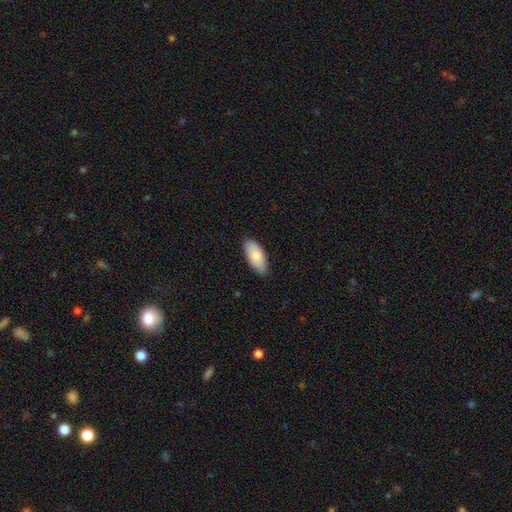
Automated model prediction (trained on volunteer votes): Smooth or featured? Predicted: smooth (p=0.82). How rounded? Predicted: in between (p=0.91). Merging? Predicted: none (p=0.84).